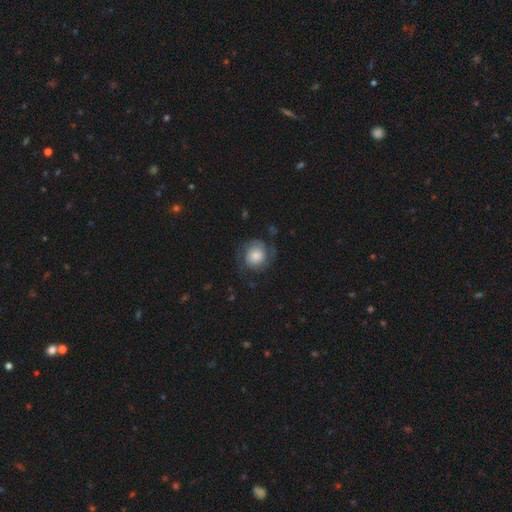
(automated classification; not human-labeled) Morphology: type=featured or disk (53%); edge-on=no (98%); bar=no (80%); spiral arms=yes (87%); bulge=moderate (36%); merging=none (66%).